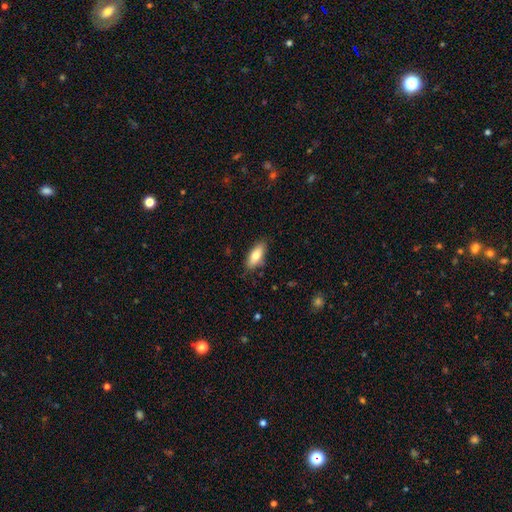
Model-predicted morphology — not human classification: type=smooth (75%); roundness=in between (76%); merging=none (83%).